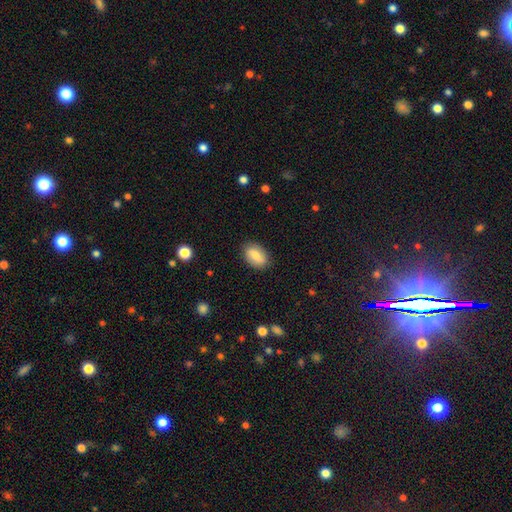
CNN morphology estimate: smooth 71%, featured or disk 22%, star or artifact 7%. Down the decision tree: how rounded — in between (85%); merging — none (85%).